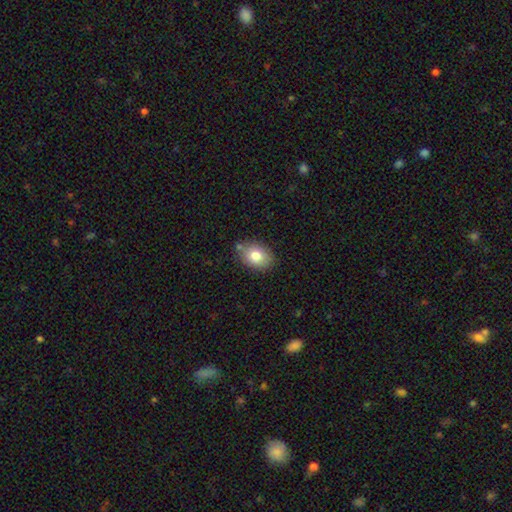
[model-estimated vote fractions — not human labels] smooth 79%, featured or disk 13%, star or artifact 9%. Down the decision tree: how rounded — in between (72%); merging — none (76%).